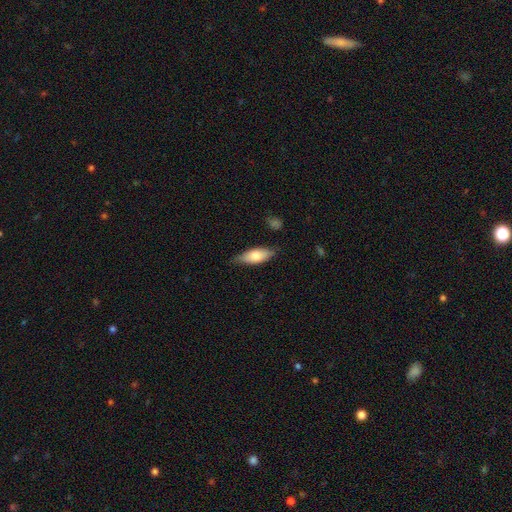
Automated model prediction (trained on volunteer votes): smooth 72%, featured or disk 23%, star or artifact 6%. Down the decision tree: how rounded — in between (75%); merging — none (72%).